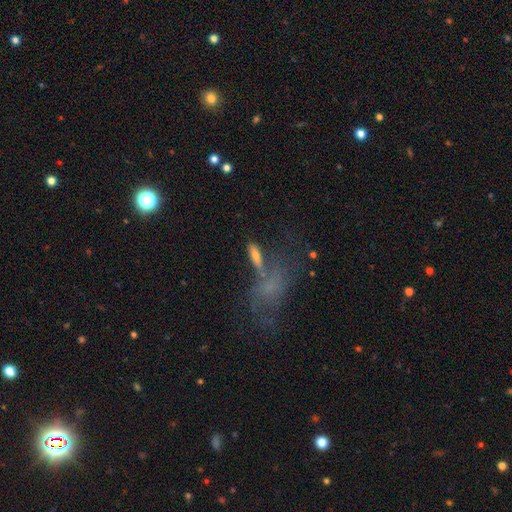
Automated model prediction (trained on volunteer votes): A smooth galaxy with no disk features (58%) that is cigar-shaped (48%). Merging: none (50%).